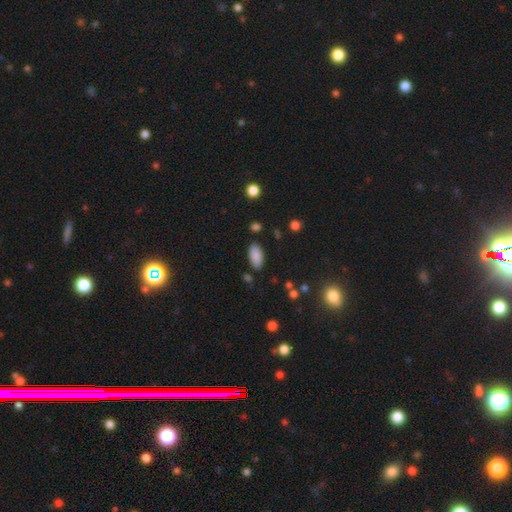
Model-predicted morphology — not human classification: Smooth or featured? Predicted: smooth (p=0.87). How rounded? Predicted: in between (p=0.93). Merging? Predicted: none (p=0.84).